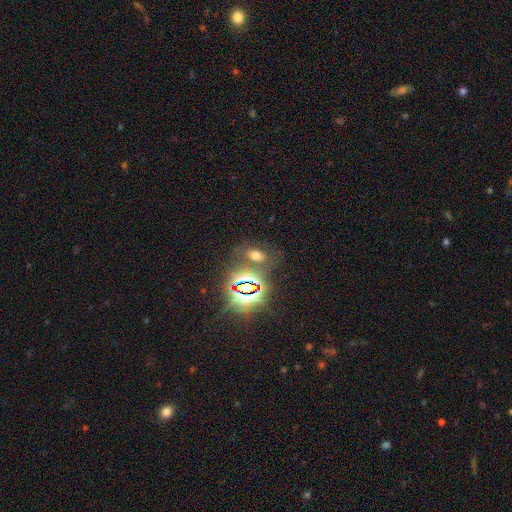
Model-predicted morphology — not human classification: This appears to be a smooth galaxy with no disk features (47%). Merging: none (70%).